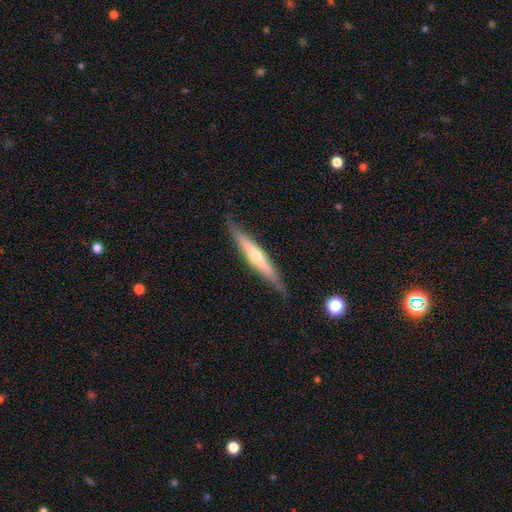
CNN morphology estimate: Smooth or featured?
  - featured or disk: 66% *
  - smooth: 28%
  - star or artifact: 6%
Edge-on disk?
  - yes: 96% *
  - no: 4%
Edge-on bulge?
  - rounded: 80% *
  - none: 15%
  - boxy: 5%
Merging?
  - none: 85% *
  - minor disturbance: 12%
  - major disturbance: 2%
  - merger: 1%